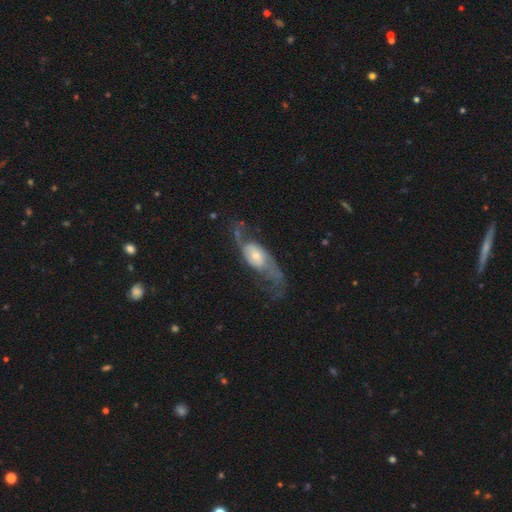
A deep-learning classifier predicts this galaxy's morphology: The model was most divided on "bulge size": small: 47%, moderate: 39%, large: 9%, none: 3%, dominant: 2%. More confident: spiral arms — yes (88%); edge-on disk — no (88%); spiral arm count — 2 (86%); smooth or featured — featured or disk (76%); spiral winding — loose (66%); bar — no (62%); merging — none (53%).